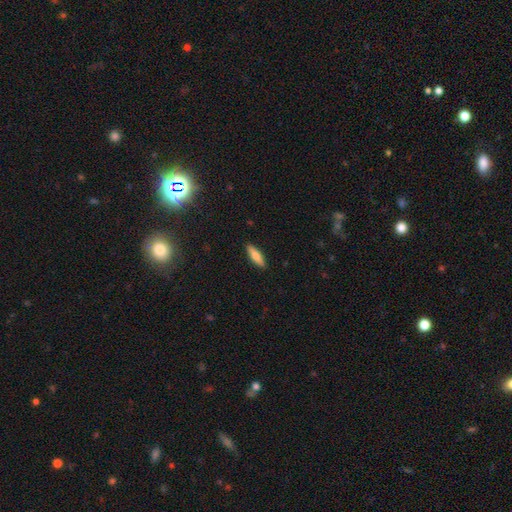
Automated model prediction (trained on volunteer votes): smooth 74%, featured or disk 20%, star or artifact 6%. Down the decision tree: how rounded — cigar-shaped (61%); merging — none (90%).